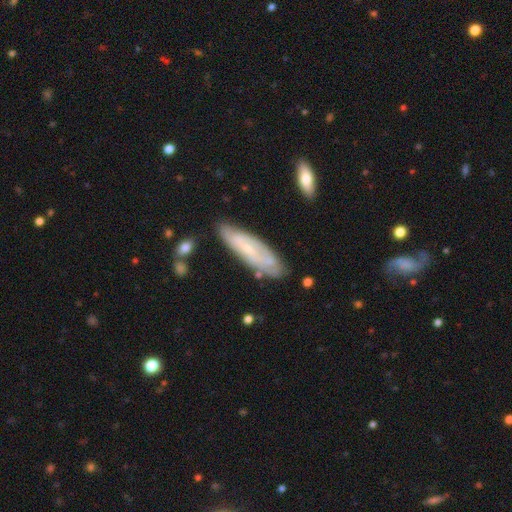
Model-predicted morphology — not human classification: Smooth or featured? featured or disk (51%)
Edge-on disk? no (69%)
Merging? none (74%)